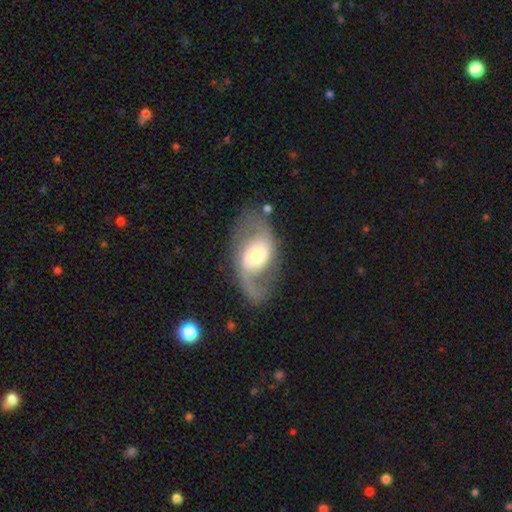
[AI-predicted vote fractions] This appears to be a featured or disk galaxy (82%) with a weak bar (43%), 2 (90%) loose (53%) spiral arms (93%) and a moderate central bulge (47%). Merging: none (72%).